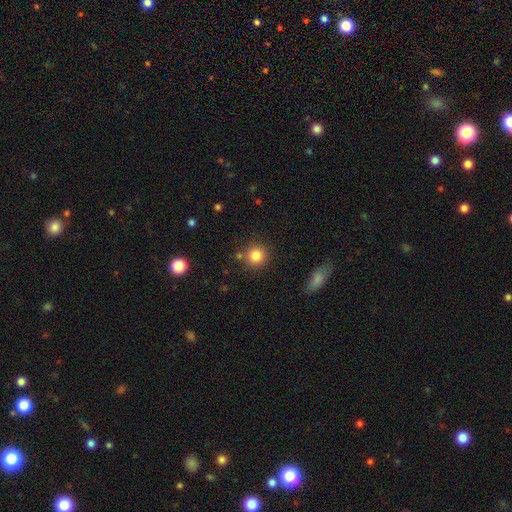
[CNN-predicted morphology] A smooth galaxy with no disk features (84%) that is round (92%). Merging: none (81%).